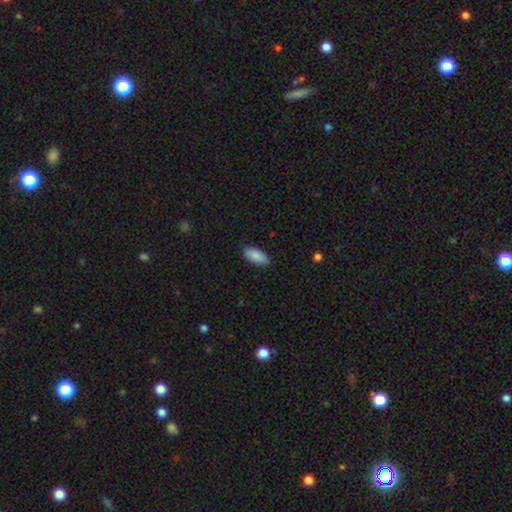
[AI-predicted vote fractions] Smooth or featured: smooth — 88% (featured or disk — 6%)
How rounded: in between — 90% (cigar-shaped — 8%)
Merging: none — 86% (minor disturbance — 11%)